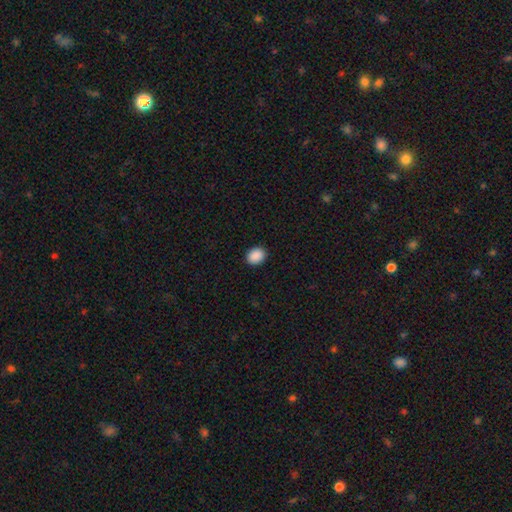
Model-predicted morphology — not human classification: This is clearly a smooth galaxy (90%). How rounded: possibly round (51%). Merging: clearly none (92%).